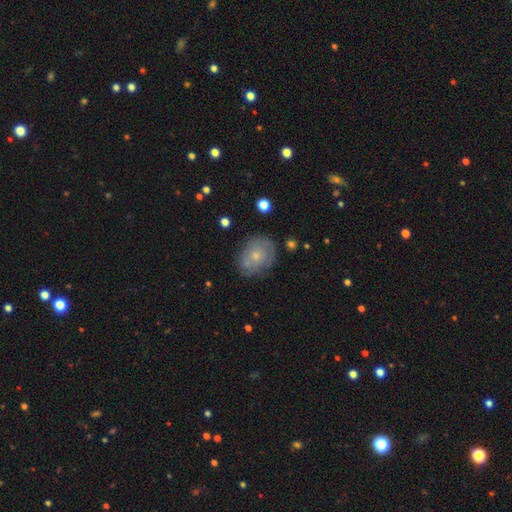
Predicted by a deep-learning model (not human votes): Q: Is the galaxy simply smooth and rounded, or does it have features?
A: smooth — 48%.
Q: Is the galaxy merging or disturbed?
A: none — 72%.